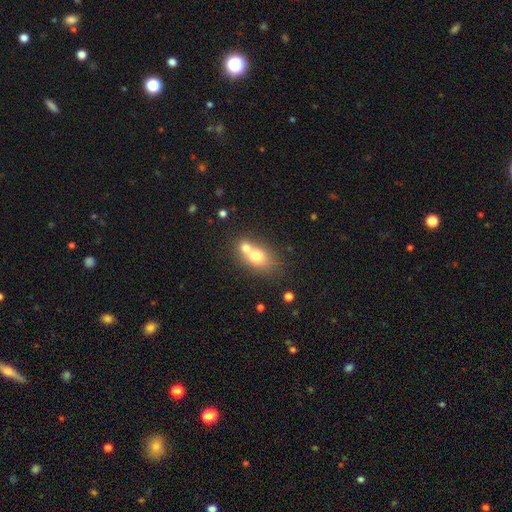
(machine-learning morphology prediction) The model was most divided on "how rounded": in between: 56%, round: 42%, cigar-shaped: 2%. More confident: smooth or featured — smooth (68%); merging — merger (61%).